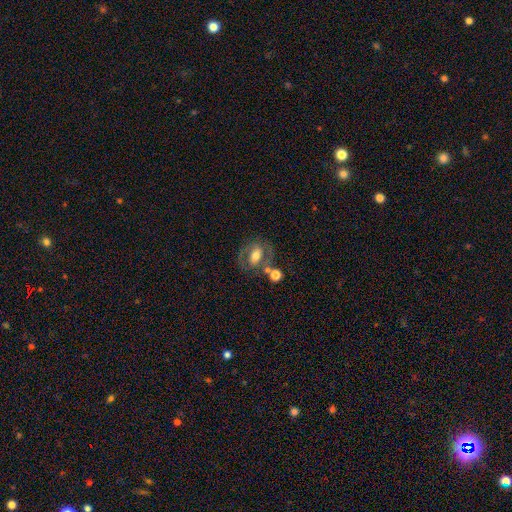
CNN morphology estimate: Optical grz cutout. It shows a featured or disk galaxy (52%). Merging: none (58%).